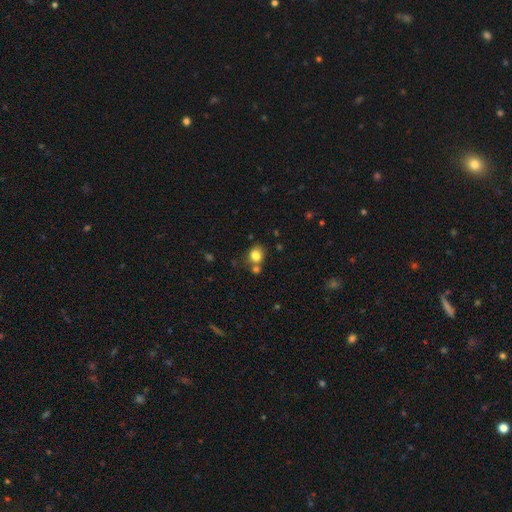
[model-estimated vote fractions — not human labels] smooth 82%, star or artifact 11%, featured or disk 7%. Down the decision tree: how rounded — round (71%); merging — none (61%).